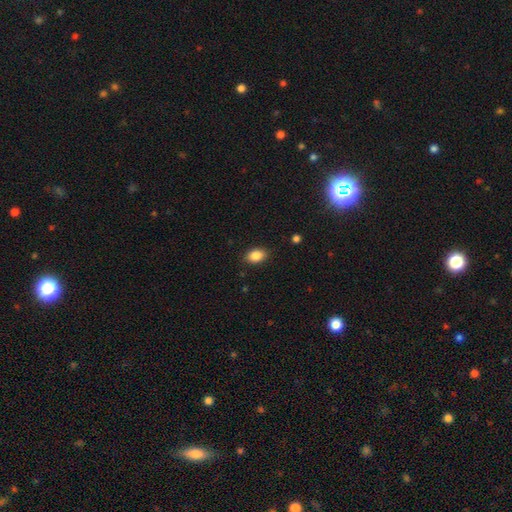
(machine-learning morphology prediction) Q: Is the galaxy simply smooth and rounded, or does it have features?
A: smooth — 87%.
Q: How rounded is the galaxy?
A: in between — 82%.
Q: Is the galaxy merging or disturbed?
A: none — 86%.